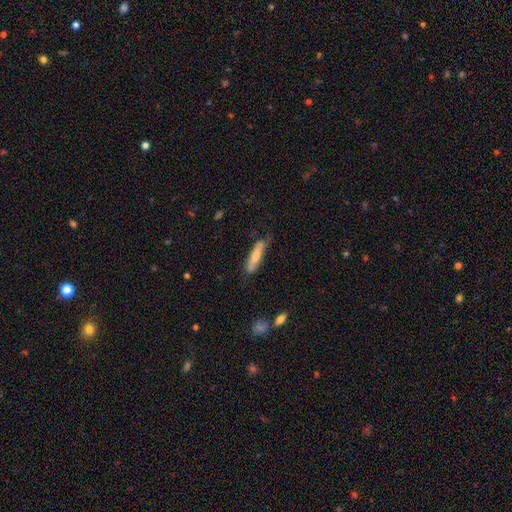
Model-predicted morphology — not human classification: type=smooth (66%); roundness=cigar-shaped (84%); merging=none (70%).